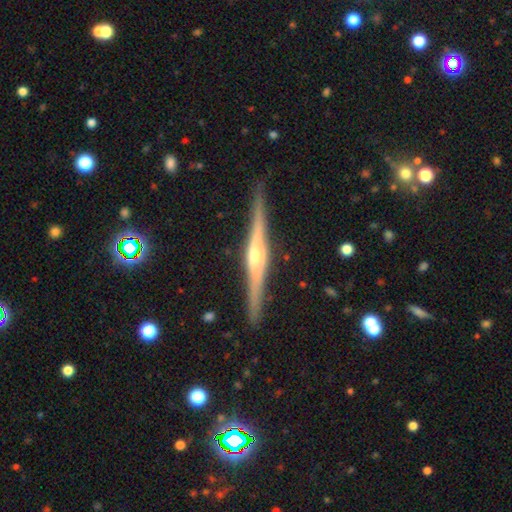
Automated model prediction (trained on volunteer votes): smooth-or-featured: featured or disk: 81% | smooth: 14% | star or artifact: 5%
  disk-edge-on: yes: 97% | no: 3%
    edge-on-bulge: rounded: 79% | boxy: 11% | none: 10%
  merging: none: 85% | minor disturbance: 11% | major disturbance: 2% | merger: 2%